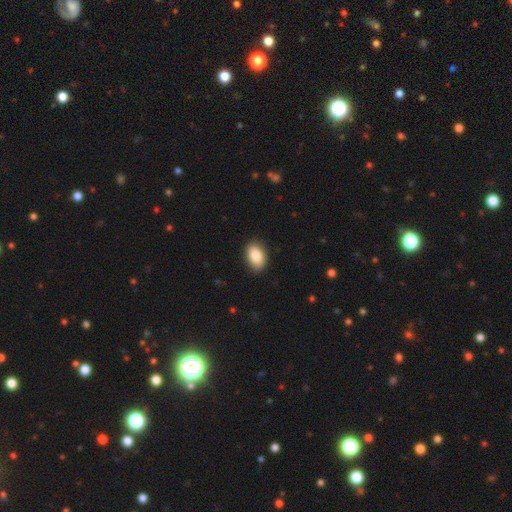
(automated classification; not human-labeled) smooth 86%, featured or disk 8%, star or artifact 7%. Down the decision tree: how rounded — in between (89%); merging — none (88%).